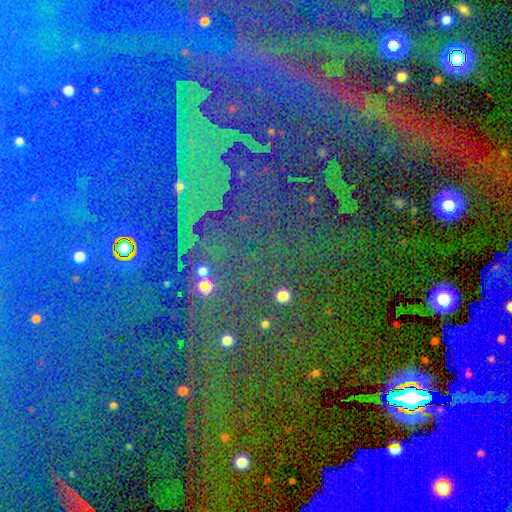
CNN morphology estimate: The model was most divided on "smooth or featured": star or artifact: 86%, smooth: 7%, featured or disk: 7%.